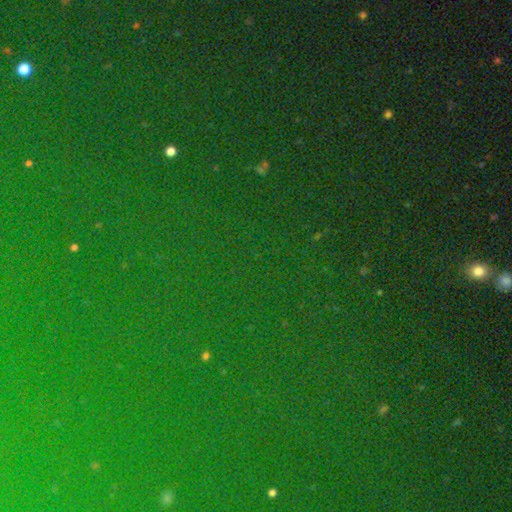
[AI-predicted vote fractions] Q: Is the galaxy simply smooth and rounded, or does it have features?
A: star or artifact — 82%.